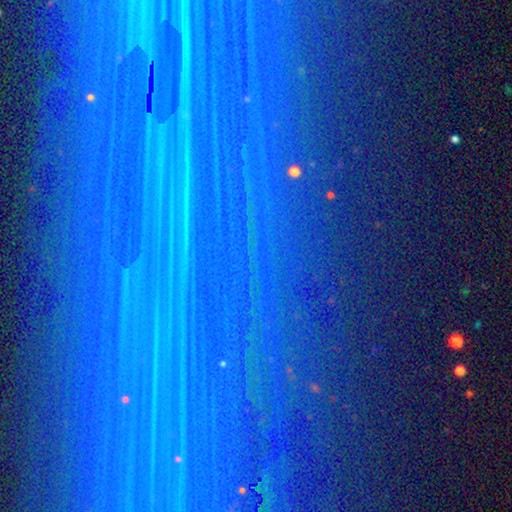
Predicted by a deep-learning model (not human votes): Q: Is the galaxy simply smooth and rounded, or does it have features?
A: star or artifact — 86%.